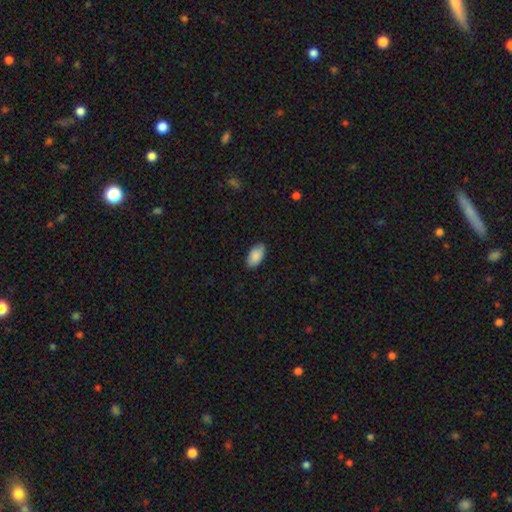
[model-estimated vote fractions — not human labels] A smooth galaxy with no disk features (87%) that is in between round and cigar-shaped (95%). Merging: none (84%).